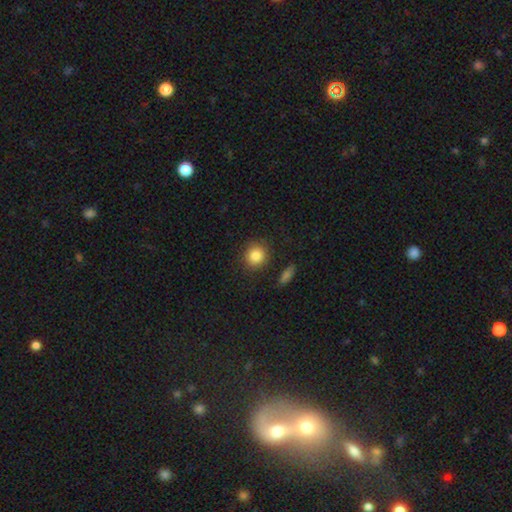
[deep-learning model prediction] This appears to be a smooth galaxy with no disk features (85%) that is round (85%). Merging: none (85%).